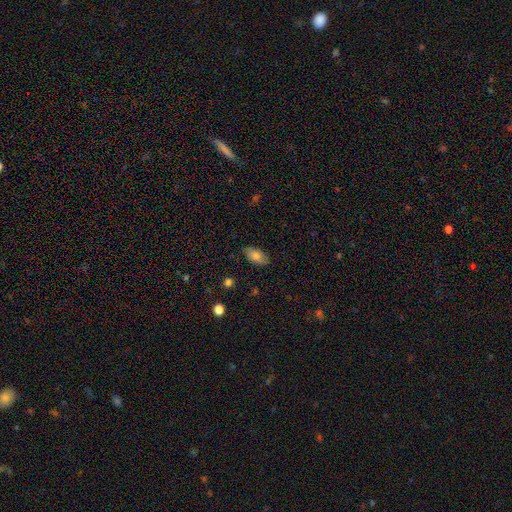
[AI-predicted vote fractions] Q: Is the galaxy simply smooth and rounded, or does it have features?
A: smooth — 78%.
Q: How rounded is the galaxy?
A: in between — 92%.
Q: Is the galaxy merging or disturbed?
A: none — 84%.